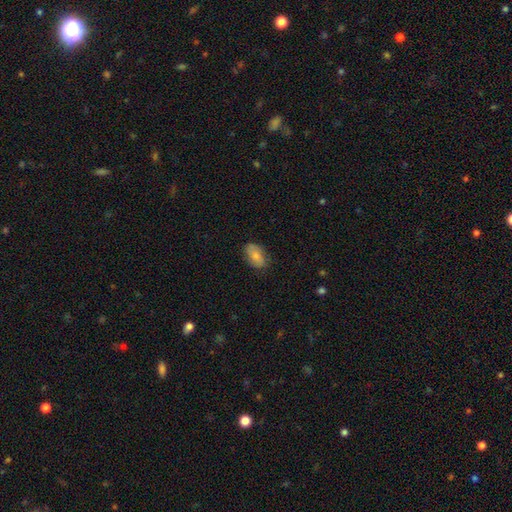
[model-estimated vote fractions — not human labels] Smooth or featured?
  - smooth: 78% *
  - featured or disk: 15%
  - star or artifact: 7%
How rounded?
  - in between: 91% *
  - round: 7%
  - cigar-shaped: 2%
Merging?
  - none: 78% *
  - minor disturbance: 18%
  - major disturbance: 4%
  - merger: 1%